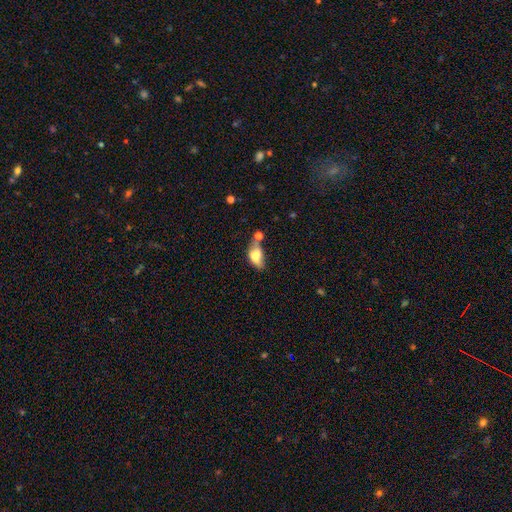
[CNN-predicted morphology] Smooth or featured? Predicted: smooth (p=0.61). How rounded? Predicted: in between (p=0.84). Merging? Predicted: merger (p=0.30).